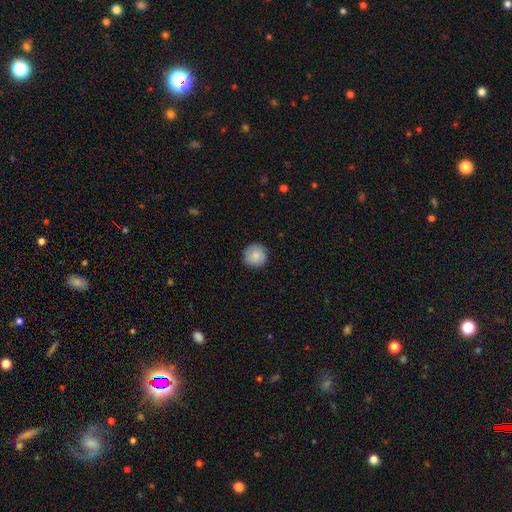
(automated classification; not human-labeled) Smooth or featured? smooth (85%)
How rounded? round (95%)
Merging? none (89%)